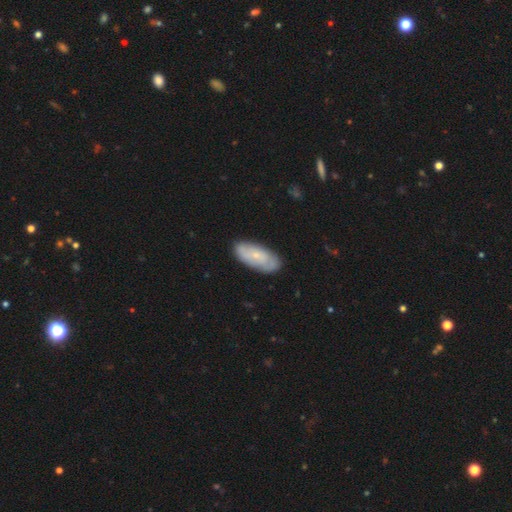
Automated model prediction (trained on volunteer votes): The model was most divided on "smooth or featured": smooth: 54%, featured or disk: 40%, star or artifact: 6%. More confident: how rounded — in between (86%); merging — none (80%).